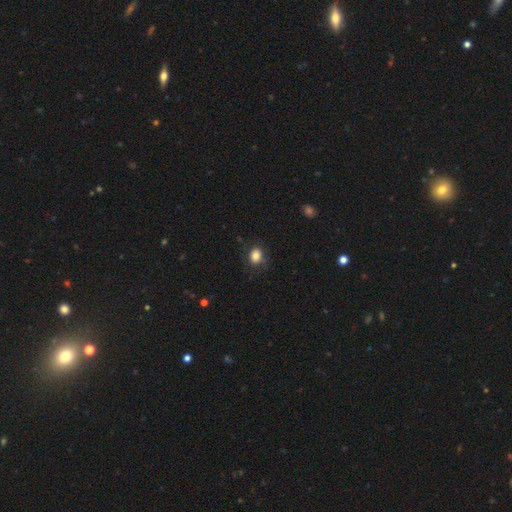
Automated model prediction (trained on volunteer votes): This is clearly a smooth galaxy (83%). How rounded: possibly in between (50%). Merging: likely none (76%).